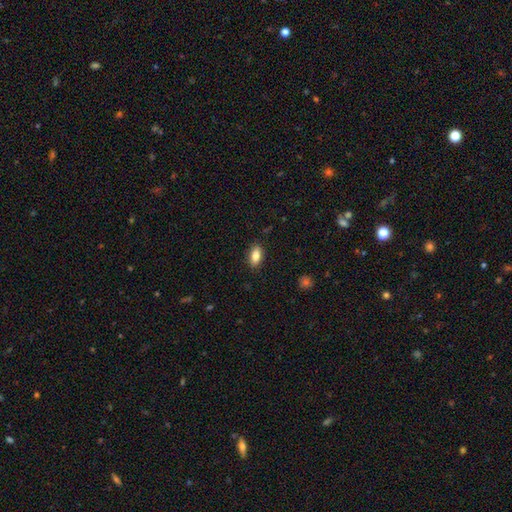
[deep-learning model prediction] smooth-or-featured: smooth: 81% | featured or disk: 12% | star or artifact: 7%
  how-rounded: in between: 87% | cigar-shaped: 10% | round: 4%
  merging: none: 87% | minor disturbance: 9% | major disturbance: 2% | merger: 1%